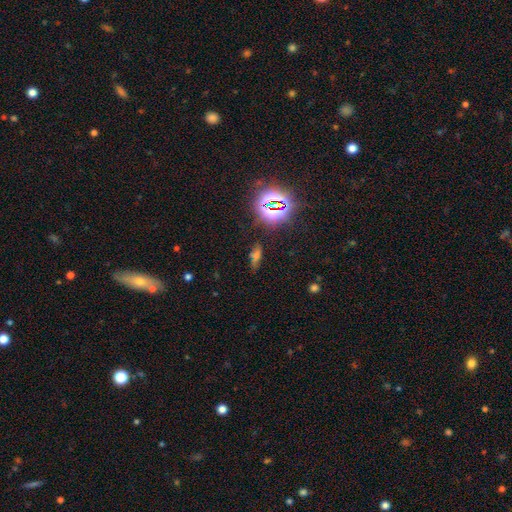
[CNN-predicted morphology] Smooth or featured: star or artifact — 48% (smooth — 38%)